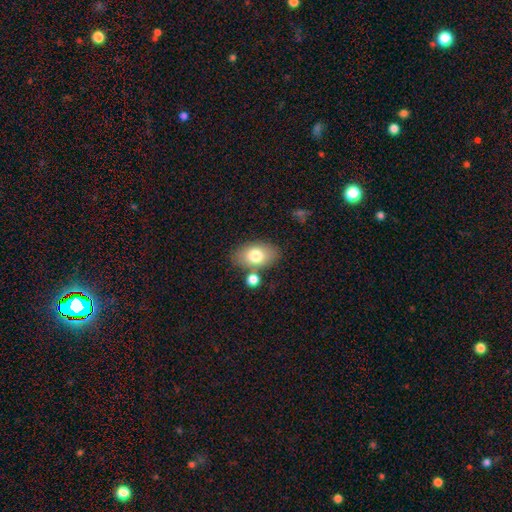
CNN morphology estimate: Smooth or featured? Predicted: smooth (p=0.77). How rounded? Predicted: in between (p=0.87). Merging? Predicted: none (p=0.73).